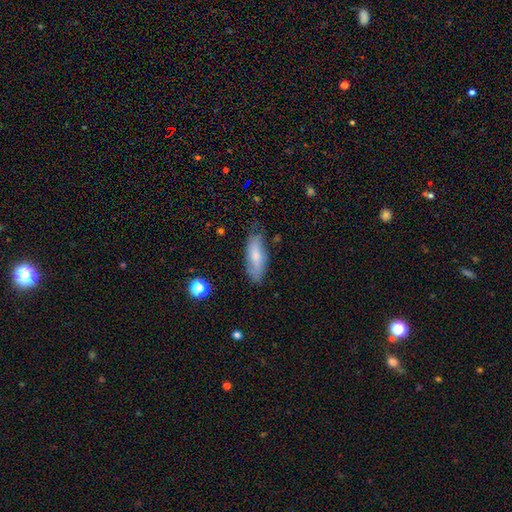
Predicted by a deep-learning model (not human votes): A smooth galaxy with no disk features (64%) that is in between round and cigar-shaped (63%). Merging: none (71%).